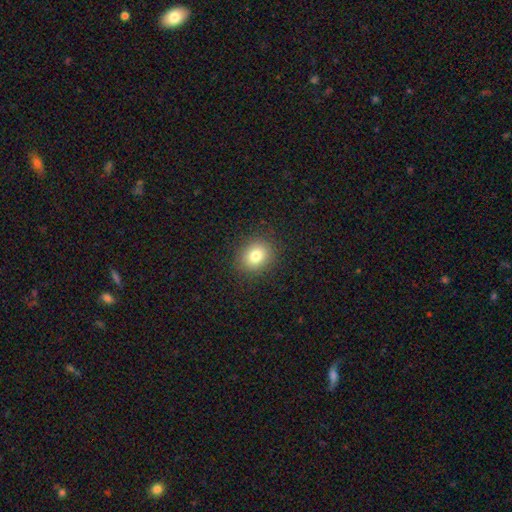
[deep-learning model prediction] A smooth galaxy with no disk features (80%) that is round (67%). Merging: none (89%).